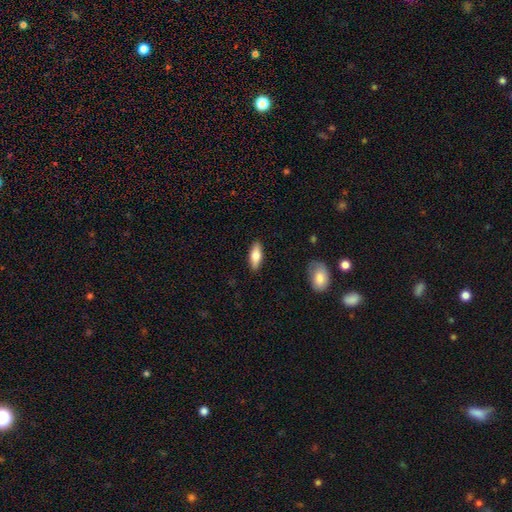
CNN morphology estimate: smooth 69%, featured or disk 25%, star or artifact 6%. Down the decision tree: how rounded — in between (65%); merging — none (88%).